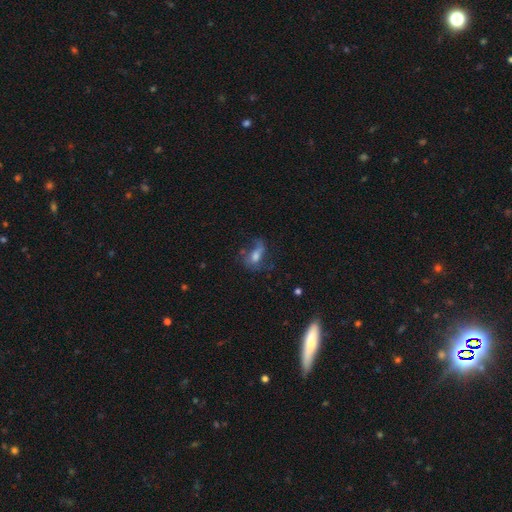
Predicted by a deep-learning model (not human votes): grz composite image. It shows a featured or disk galaxy (44%). Merging: none (37%).